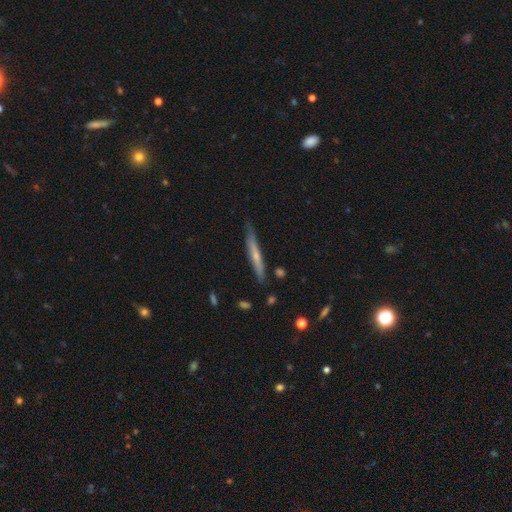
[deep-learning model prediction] Smooth or featured?
  - featured or disk: 49% *
  - smooth: 45%
  - star or artifact: 6%
Merging?
  - none: 79% *
  - minor disturbance: 17%
  - major disturbance: 2%
  - merger: 2%